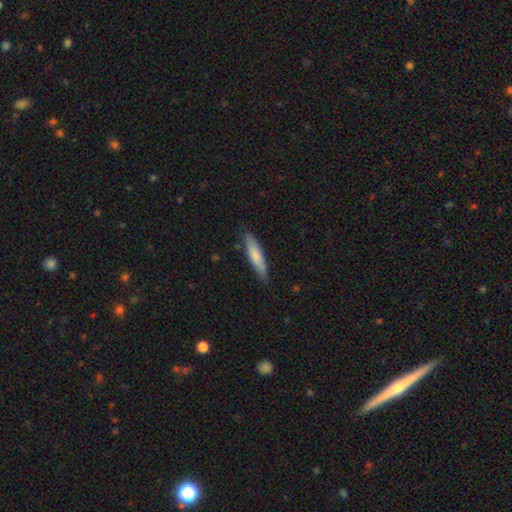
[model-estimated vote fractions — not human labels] Smooth or featured? Predicted: smooth (p=0.73). How rounded? Predicted: cigar-shaped (p=0.80). Merging? Predicted: none (p=0.84).